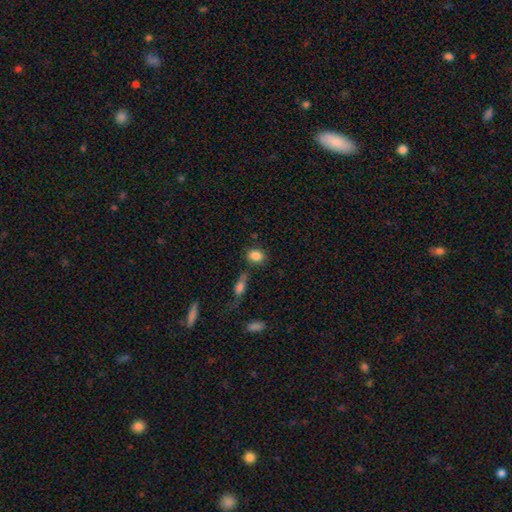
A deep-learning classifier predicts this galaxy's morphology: A smooth galaxy with no disk features (85%) that is in between round and cigar-shaped (57%). Merging: none (74%).